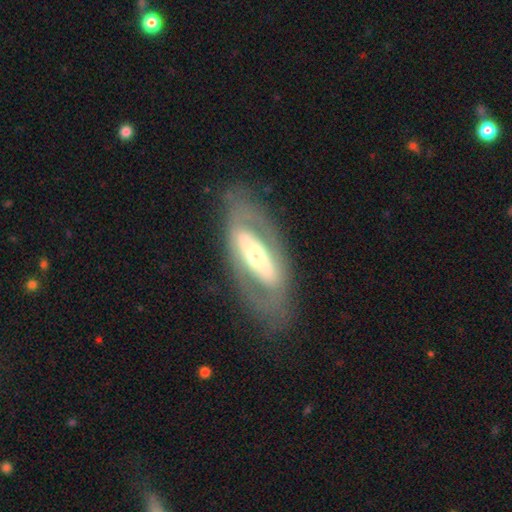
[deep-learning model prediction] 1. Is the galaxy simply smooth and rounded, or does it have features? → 75% featured or disk, 19% smooth, 5% star or artifact.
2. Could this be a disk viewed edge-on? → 83% no, 17% yes.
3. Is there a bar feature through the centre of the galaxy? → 56% strong, 23% no, 21% weak.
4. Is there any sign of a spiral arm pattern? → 60% no, 40% yes.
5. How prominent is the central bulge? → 59% moderate, 23% small, 15% large, 2% dominant, 1% none.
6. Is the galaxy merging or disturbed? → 77% none, 13% minor disturbance, 9% major disturbance, 1% merger.